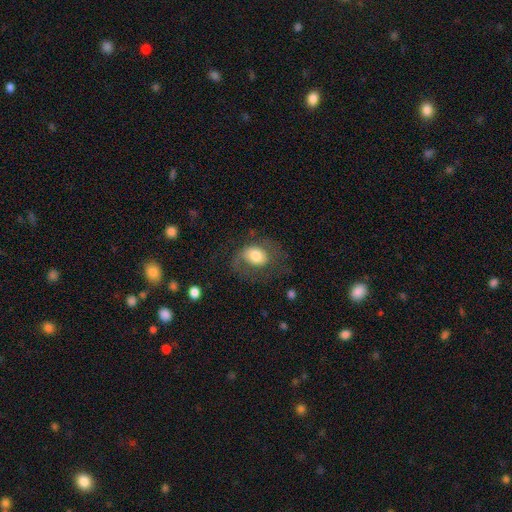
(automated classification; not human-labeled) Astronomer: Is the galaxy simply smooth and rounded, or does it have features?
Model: smooth — 60%.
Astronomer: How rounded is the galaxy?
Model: in between — 59% (runner-up: round, 39%).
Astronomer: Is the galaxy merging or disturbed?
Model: none — 45% (runner-up: major disturbance, 31%).